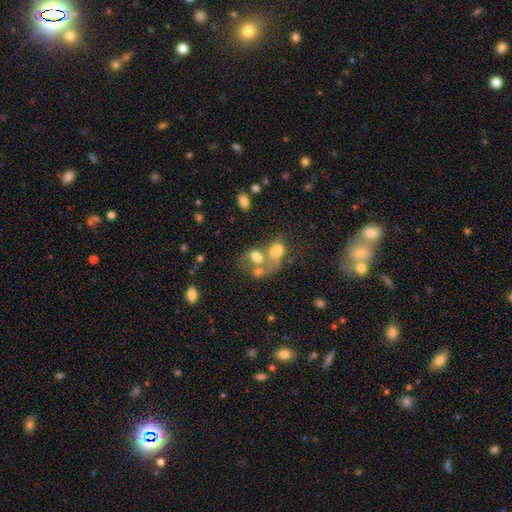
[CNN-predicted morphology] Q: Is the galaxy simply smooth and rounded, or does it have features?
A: smooth — 56%.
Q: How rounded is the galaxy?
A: in between — 69%.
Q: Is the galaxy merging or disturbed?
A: merger — 62%.